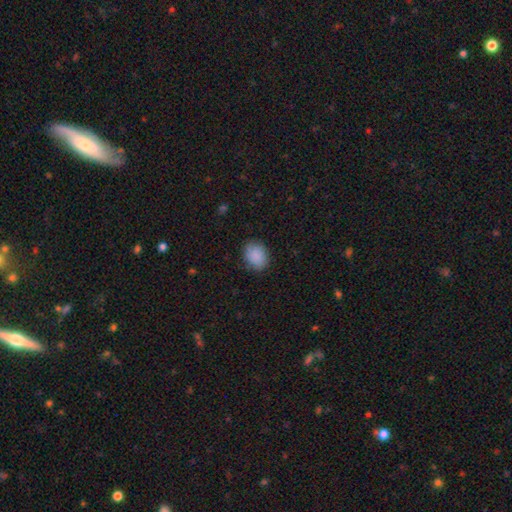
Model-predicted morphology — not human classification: Smooth or featured: smooth — 88% (star or artifact — 7%)
How rounded: in between — 53% (round — 46%)
Merging: none — 82% (minor disturbance — 14%)